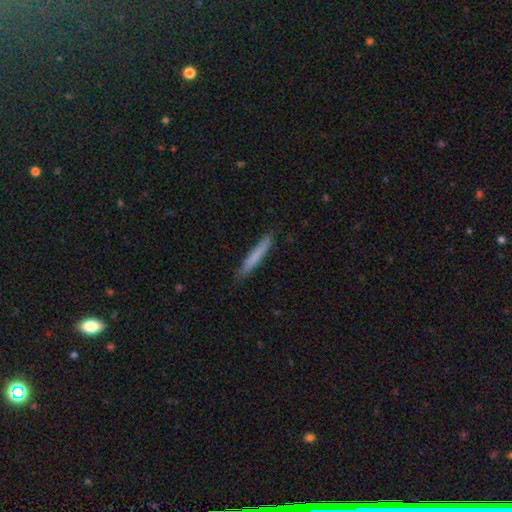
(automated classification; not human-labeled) smooth 74%, featured or disk 20%, star or artifact 6%. Down the decision tree: how rounded — cigar-shaped (96%); merging — none (87%).